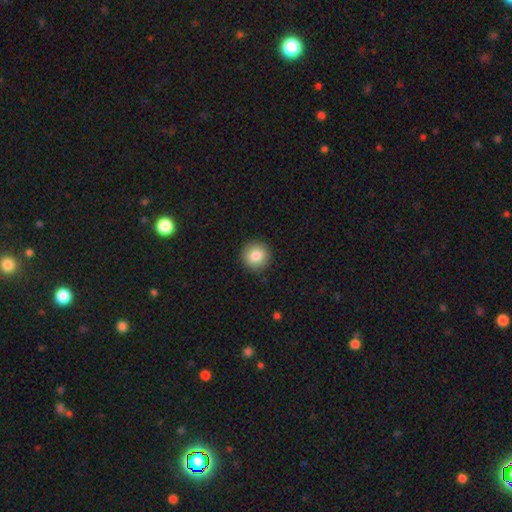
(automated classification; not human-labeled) smooth_or_featured: smooth (p=0.84) [alt: star or artifact p=0.09]
how_rounded: round (p=0.93) [alt: in between p=0.06]
merging: none (p=0.91) [alt: minor disturbance p=0.06]